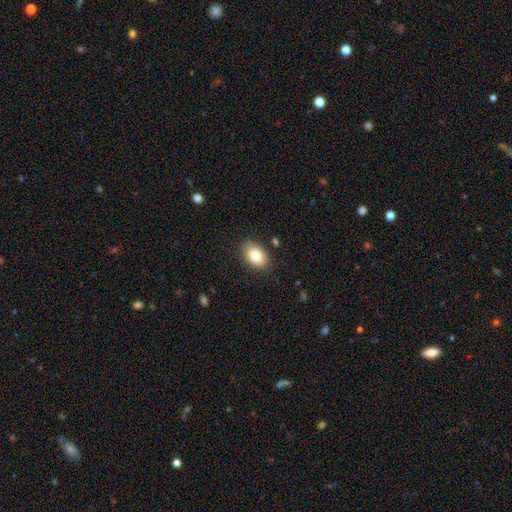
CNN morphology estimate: A smooth galaxy with no disk features (83%) that is in between round and cigar-shaped (82%).

Vote fractions:
- Smooth or featured? smooth: 83% / featured or disk: 9% / star or artifact: 8%
- How rounded? in between: 82% / round: 17% / cigar-shaped: 1%
- Merging? none: 84% / minor disturbance: 12% / major disturbance: 3% / merger: 2%